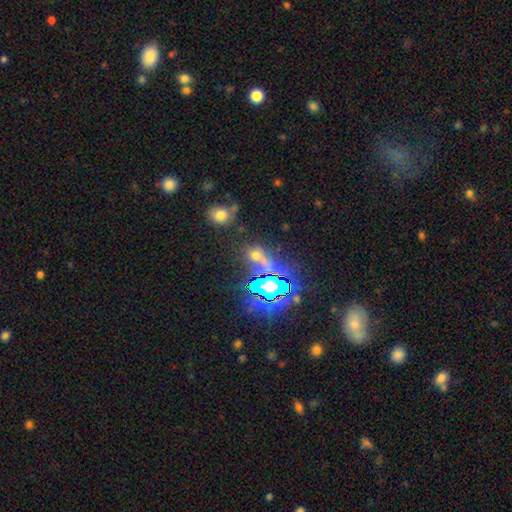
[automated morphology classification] Smooth or featured? star or artifact (55%)